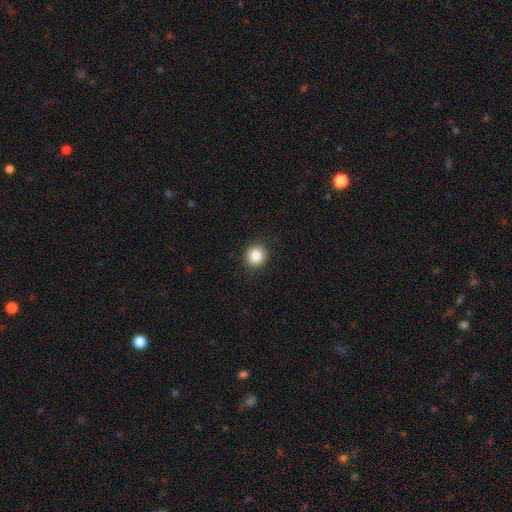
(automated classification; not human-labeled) Smooth or featured?
  - smooth: 86% *
  - star or artifact: 10%
  - featured or disk: 4%
How rounded?
  - round: 88% *
  - in between: 11%
  - cigar-shaped: 1%
Merging?
  - none: 91% *
  - minor disturbance: 6%
  - major disturbance: 2%
  - merger: 1%